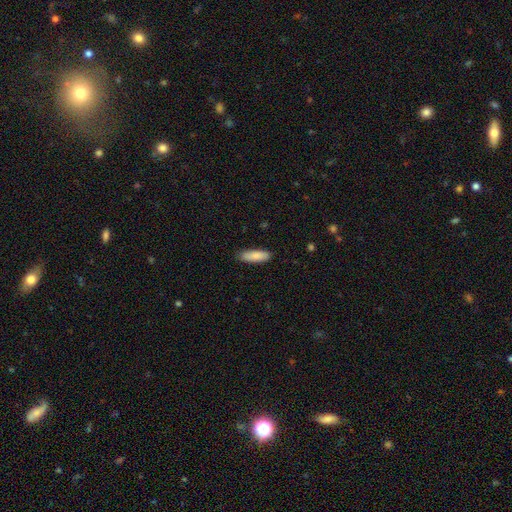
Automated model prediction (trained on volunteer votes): smooth_or_featured: smooth (p=0.87) [alt: featured or disk p=0.08]
how_rounded: in between (p=0.50) [alt: cigar-shaped p=0.49]
merging: none (p=0.86) [alt: minor disturbance p=0.11]